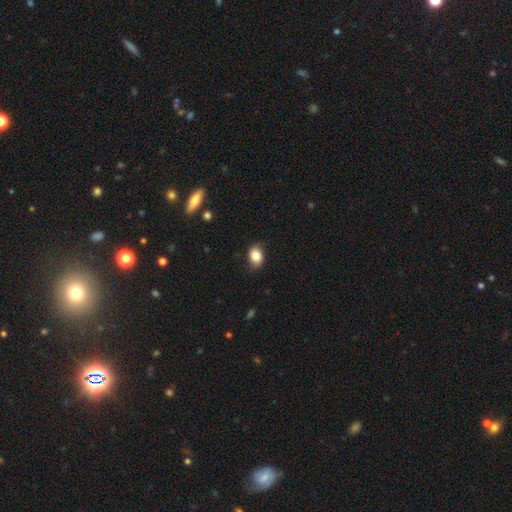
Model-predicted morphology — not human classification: smooth 83%, featured or disk 9%, star or artifact 8%. Down the decision tree: how rounded — in between (73%); merging — none (77%).